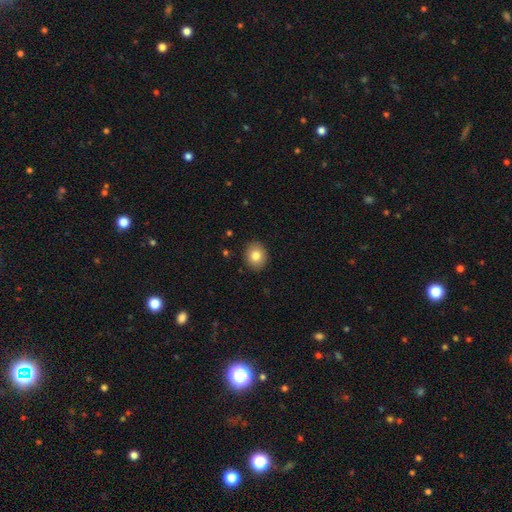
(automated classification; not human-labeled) The model was most divided on "how rounded": round: 64%, in between: 35%, cigar-shaped: 1%. More confident: merging — none (90%); smooth or featured — smooth (82%).